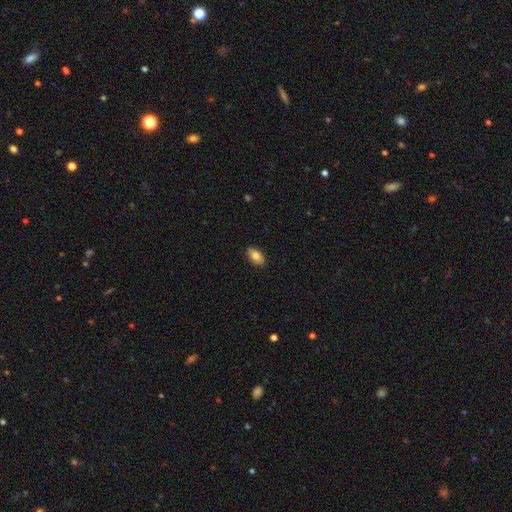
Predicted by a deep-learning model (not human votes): Morphology: type=smooth (82%); roundness=in between (93%); merging=none (89%).